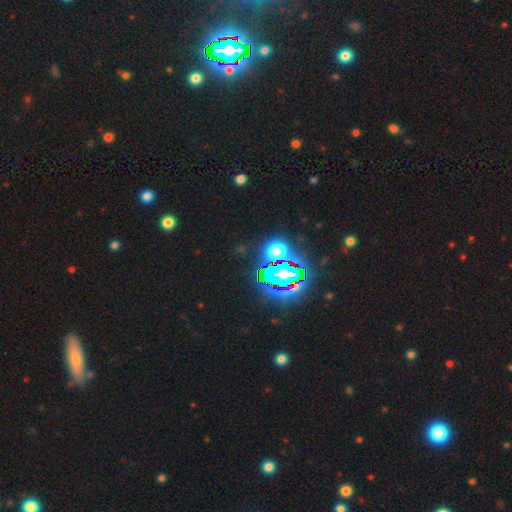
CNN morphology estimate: Smooth or featured? Predicted: star or artifact (p=0.84).